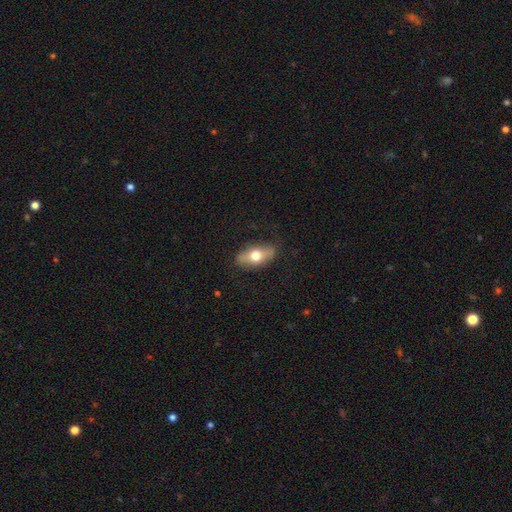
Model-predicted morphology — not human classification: Overall: smooth (60%; featured or disk 33%). How rounded: in between (83%). Merging: none (82%).